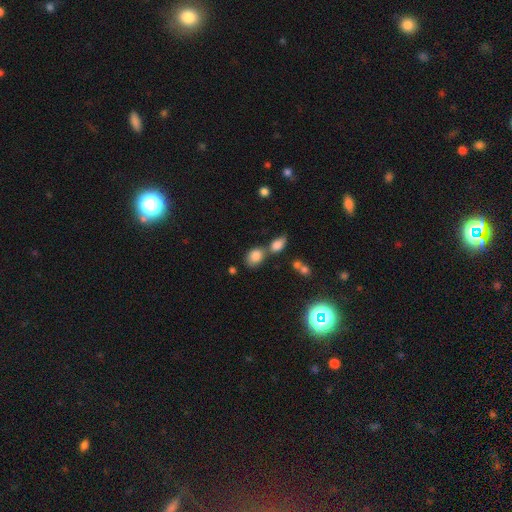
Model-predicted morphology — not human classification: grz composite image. It shows a smooth galaxy with no disk features (81%) that is in between round and cigar-shaped (70%). Merging: none (43%).